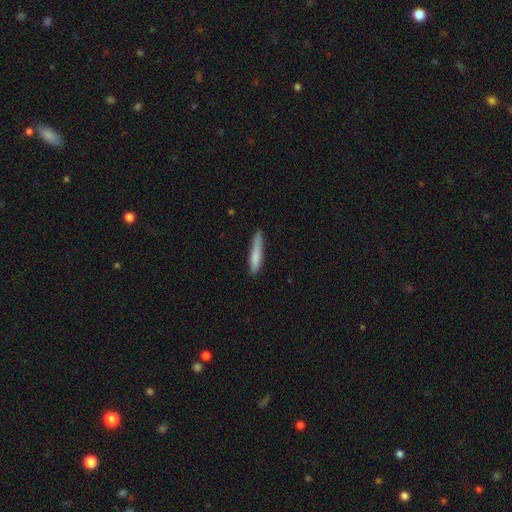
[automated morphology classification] smooth_or_featured: smooth (p=0.79) [alt: featured or disk p=0.15]
how_rounded: cigar-shaped (p=0.90) [alt: in between p=0.09]
merging: none (p=0.74) [alt: minor disturbance p=0.21]